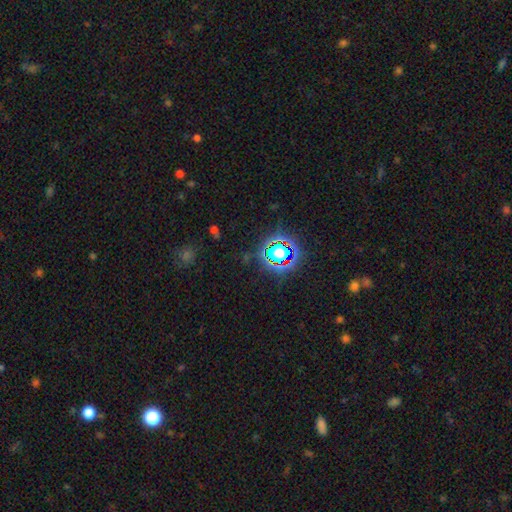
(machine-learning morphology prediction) type=star or artifact (79%).